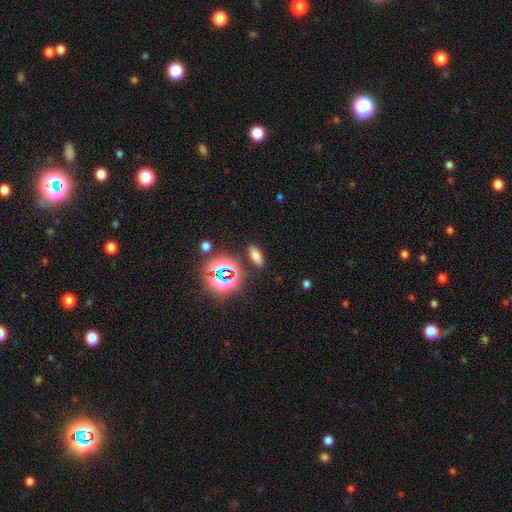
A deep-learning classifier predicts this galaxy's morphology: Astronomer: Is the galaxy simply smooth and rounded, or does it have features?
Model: smooth — 63%.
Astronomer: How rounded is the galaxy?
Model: in between — 77%.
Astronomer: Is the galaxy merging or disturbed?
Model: none — 86%.